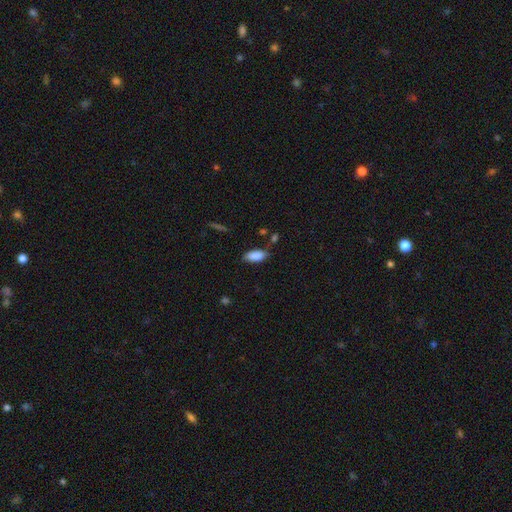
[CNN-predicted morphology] Smooth or featured? smooth (88%)
How rounded? in between (89%)
Merging? none (72%)